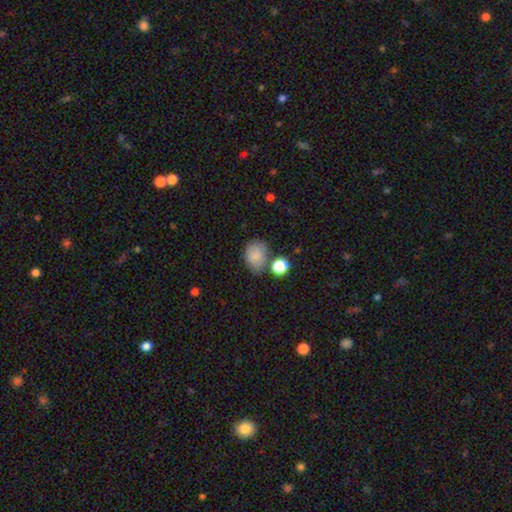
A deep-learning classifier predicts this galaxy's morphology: Smooth or featured? Predicted: smooth (p=0.82). How rounded? Predicted: in between (p=0.62). Merging? Predicted: none (p=0.60).